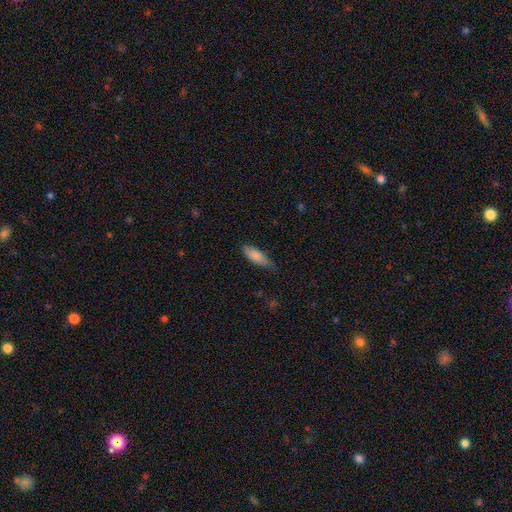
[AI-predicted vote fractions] Morphology: type=smooth (84%); roundness=in between (64%); merging=none (63%).